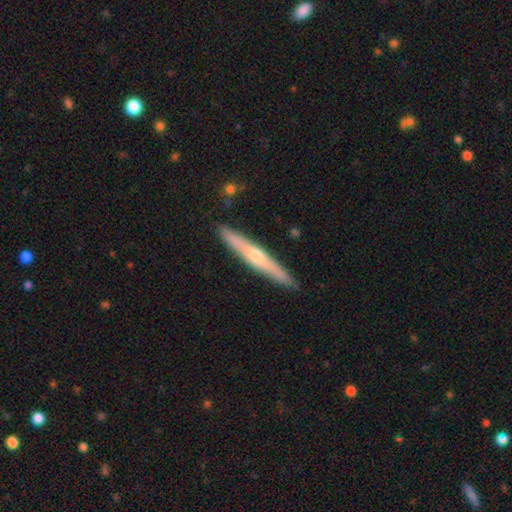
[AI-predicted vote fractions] Overall: featured or disk (58%; smooth 36%). Edge-on disk: yes (94%). Edge-on bulge: rounded (75%). Merging: none (89%).